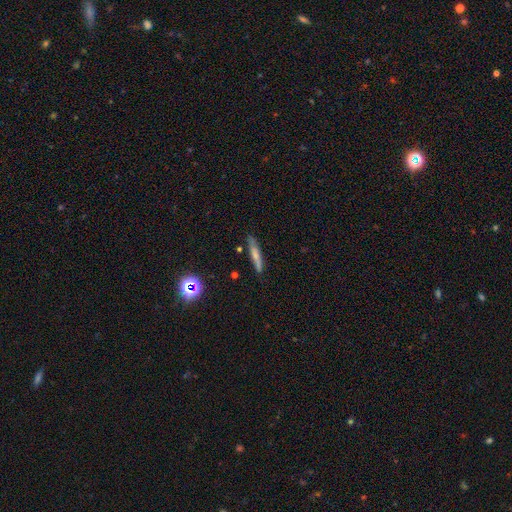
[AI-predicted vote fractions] A smooth galaxy with no disk features (60%) that is cigar-shaped (89%). Merging: none (78%).